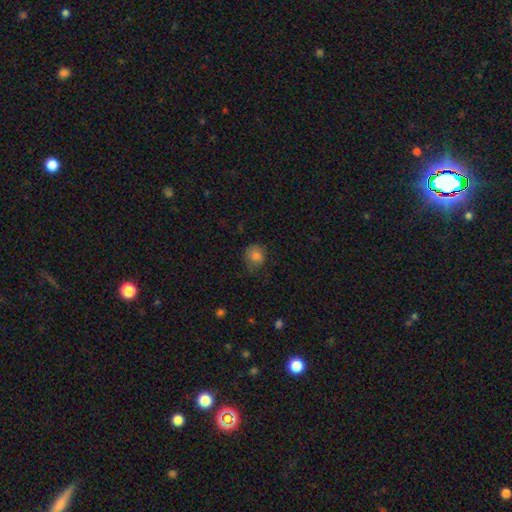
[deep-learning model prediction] Smooth or featured? Predicted: smooth (p=0.81). How rounded? Predicted: round (p=0.78). Merging? Predicted: none (p=0.69).